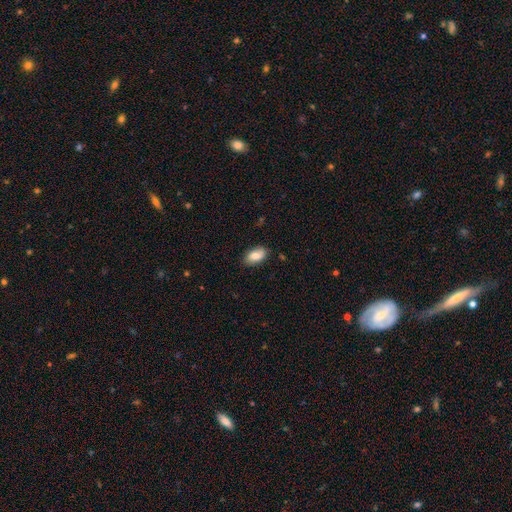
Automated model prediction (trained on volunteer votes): This is clearly a smooth galaxy (80%). How rounded: clearly in between (93%). Merging: clearly none (82%).